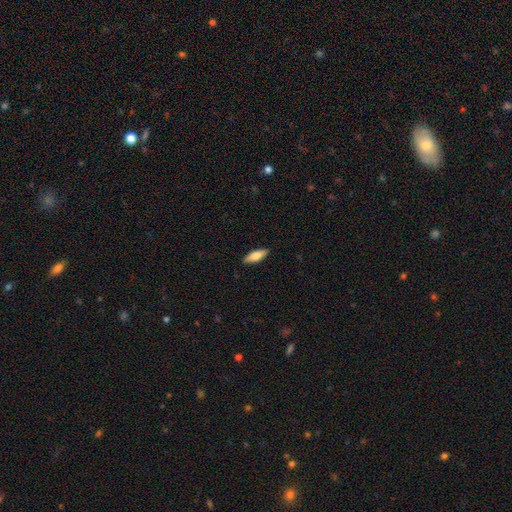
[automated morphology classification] smooth 70%, featured or disk 24%, star or artifact 6%. Down the decision tree: how rounded — in between (59%); merging — none (89%).